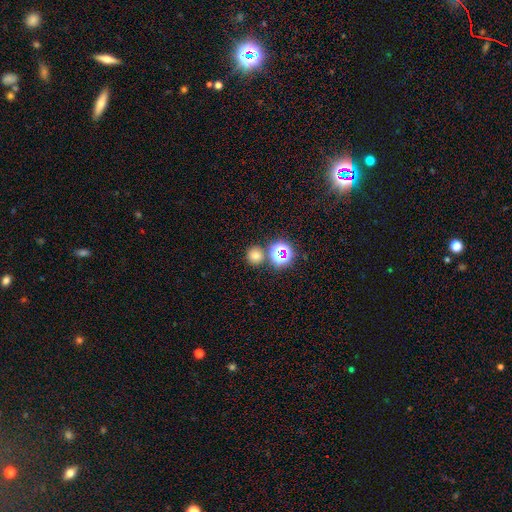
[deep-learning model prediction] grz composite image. It shows a smooth galaxy with no disk features (70%) that is round (92%). Merging: none (79%).